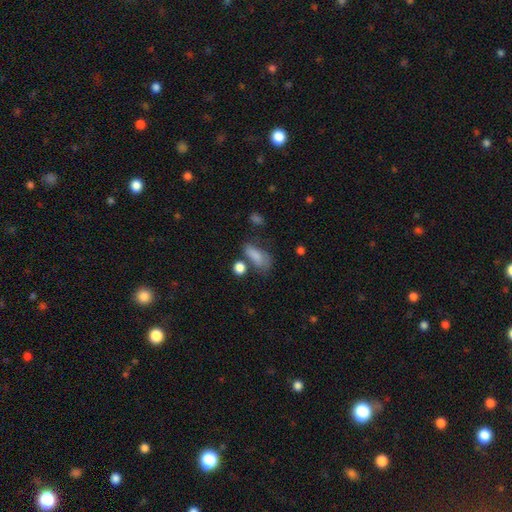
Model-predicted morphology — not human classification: The model was most divided on "merging": none: 39%, minor disturbance: 25%, major disturbance: 20%, merger: 16%. More confident: how rounded — in between (80%); smooth or featured — smooth (79%).